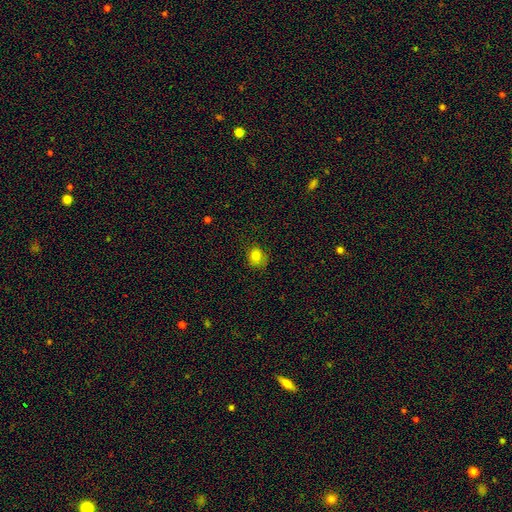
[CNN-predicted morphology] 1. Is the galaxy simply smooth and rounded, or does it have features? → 82% smooth, 12% star or artifact, 6% featured or disk.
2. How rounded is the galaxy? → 68% round, 31% in between, 1% cigar-shaped.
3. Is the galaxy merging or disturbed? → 71% none, 21% minor disturbance, 7% major disturbance, 1% merger.